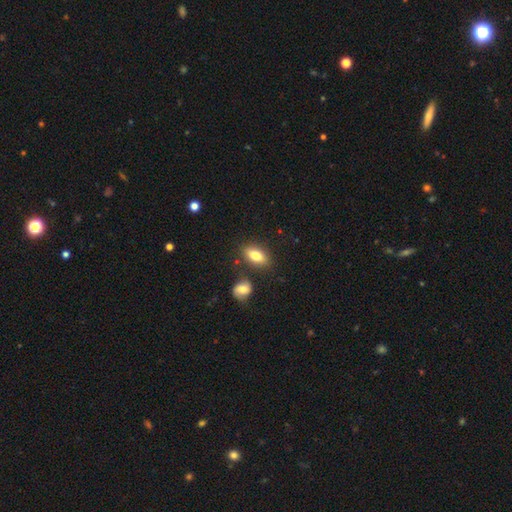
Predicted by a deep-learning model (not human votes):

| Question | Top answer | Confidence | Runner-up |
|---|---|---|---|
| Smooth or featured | smooth | 80% | featured or disk (12%) |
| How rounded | in between | 87% | round (7%) |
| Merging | none | 79% | minor disturbance (12%) |